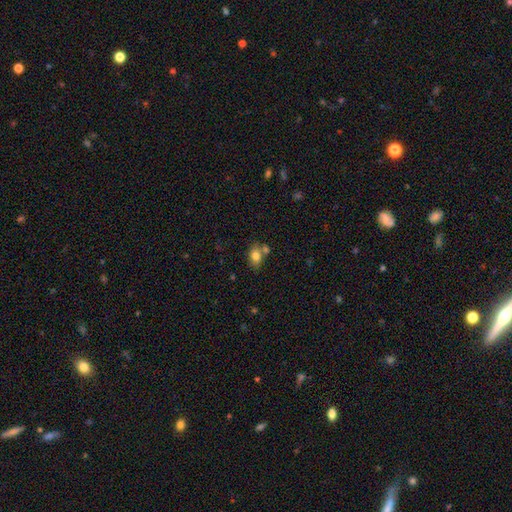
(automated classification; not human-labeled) smooth 80%, featured or disk 11%, star or artifact 9%. Down the decision tree: how rounded — in between (74%); merging — none (58%).